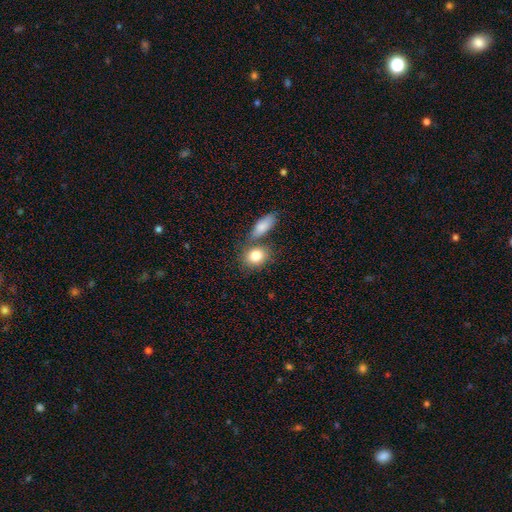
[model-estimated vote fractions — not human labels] A smooth galaxy with no disk features (83%) that is in between round and cigar-shaped (52%). Merging: none (53%).